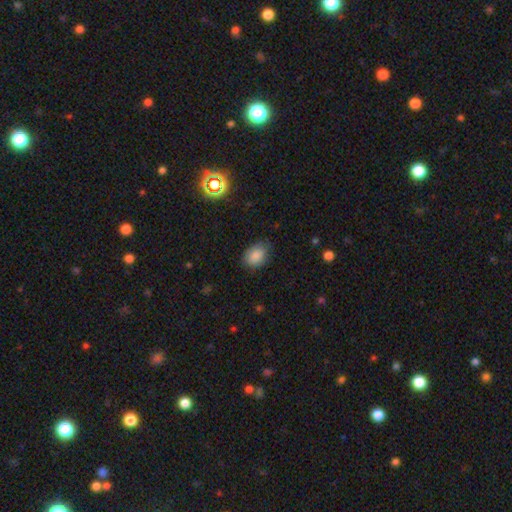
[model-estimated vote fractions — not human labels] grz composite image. It shows a smooth galaxy with no disk features (85%) that is in between round and cigar-shaped (73%). Merging: none (71%).